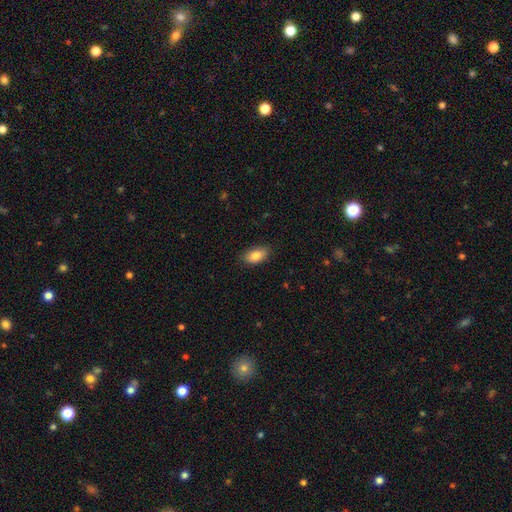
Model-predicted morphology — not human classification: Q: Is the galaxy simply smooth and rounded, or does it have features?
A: smooth — 85%.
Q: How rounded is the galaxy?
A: in between — 91%.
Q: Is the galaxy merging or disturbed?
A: none — 84%.